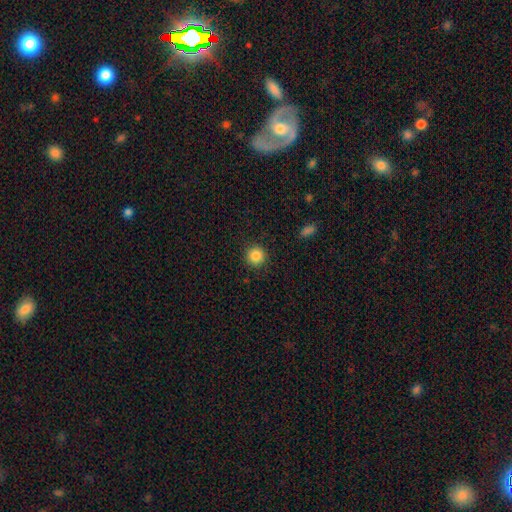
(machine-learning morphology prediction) This is clearly a smooth galaxy (86%). How rounded: clearly round (94%). Merging: clearly none (91%).